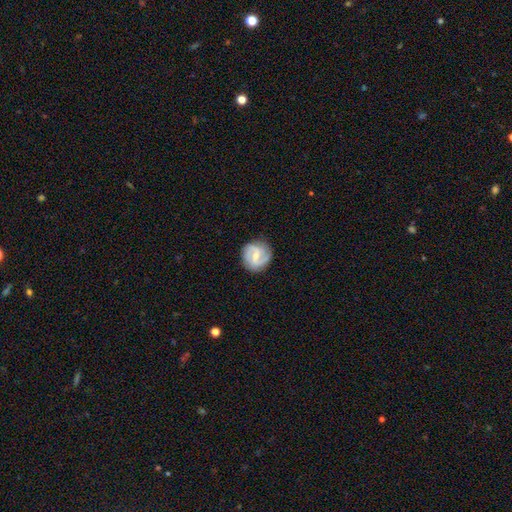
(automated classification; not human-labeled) The model was most divided on "spiral winding": medium: 48%, tight: 26%, loose: 25%. More confident: edge-on disk — no (98%); spiral arms — yes (95%); spiral arm count — 2 (83%); merging — none (82%); smooth or featured — featured or disk (78%); bulge size — small (59%); bar — weak (56%).